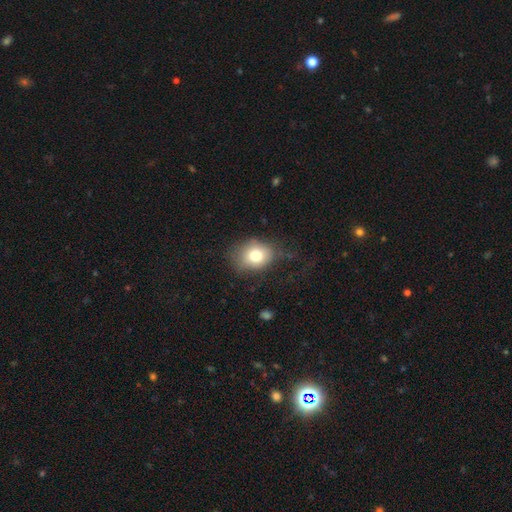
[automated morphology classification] Smooth or featured? Predicted: smooth (p=0.77). How rounded? Predicted: round (p=0.50). Merging? Predicted: none (p=0.64).